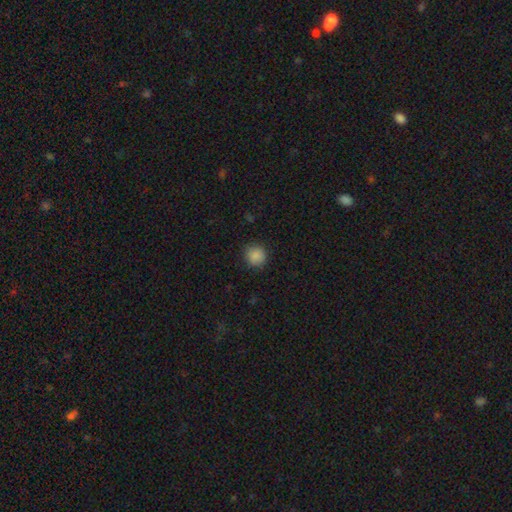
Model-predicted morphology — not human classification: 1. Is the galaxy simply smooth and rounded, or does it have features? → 87% smooth, 10% star or artifact, 3% featured or disk.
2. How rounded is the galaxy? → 92% round, 7% in between, 1% cigar-shaped.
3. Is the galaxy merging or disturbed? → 89% none, 8% minor disturbance, 2% major disturbance, 1% merger.